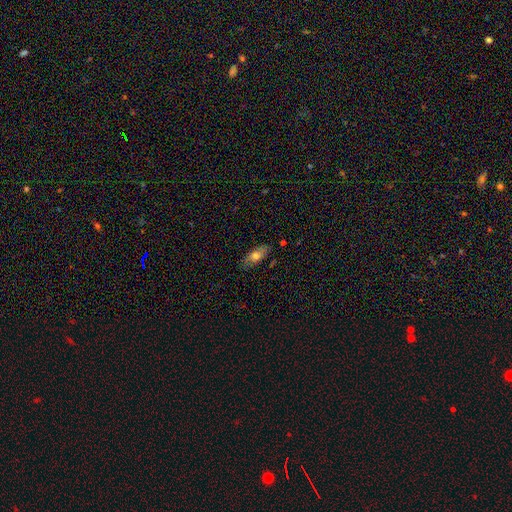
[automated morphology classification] This appears to be a smooth galaxy with no disk features (67%) that is in between round and cigar-shaped (78%). Merging: none (81%).